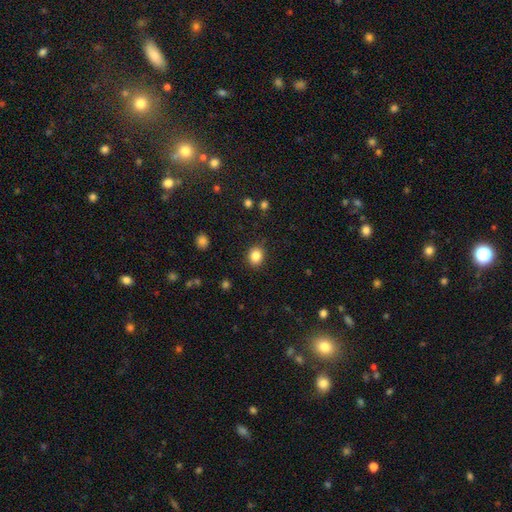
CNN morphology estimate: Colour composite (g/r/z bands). It shows a smooth galaxy with no disk features (85%) that is round (68%). Merging: none (87%).